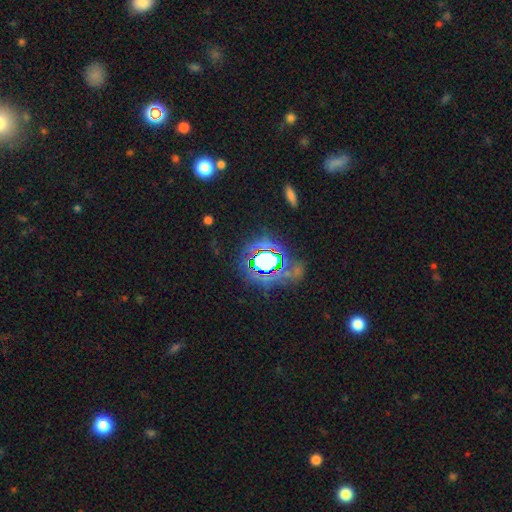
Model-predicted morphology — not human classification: Smooth or featured? Predicted: star or artifact (p=0.69).